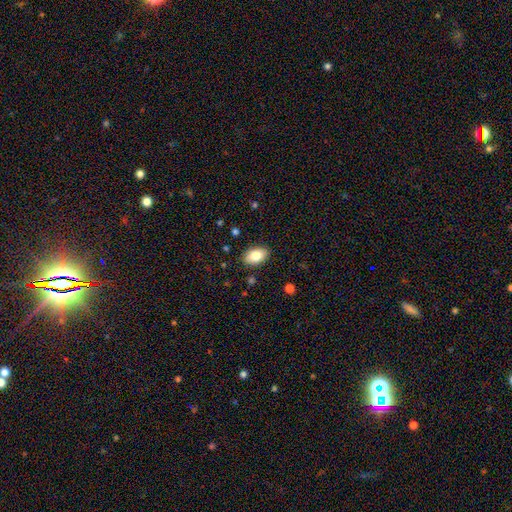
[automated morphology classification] Smooth or featured?
  - smooth: 81% *
  - featured or disk: 12%
  - star or artifact: 7%
How rounded?
  - in between: 91% *
  - round: 8%
  - cigar-shaped: 1%
Merging?
  - none: 87% *
  - minor disturbance: 9%
  - major disturbance: 2%
  - merger: 1%